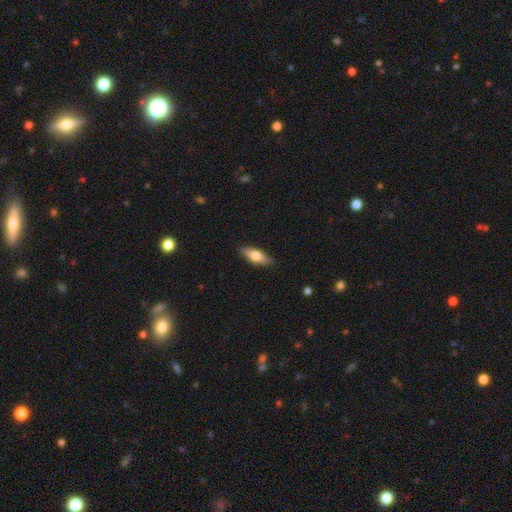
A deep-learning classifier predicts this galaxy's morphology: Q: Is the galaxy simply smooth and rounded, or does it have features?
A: smooth — 65%.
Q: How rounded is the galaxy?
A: in between — 62%.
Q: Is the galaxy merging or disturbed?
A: none — 88%.